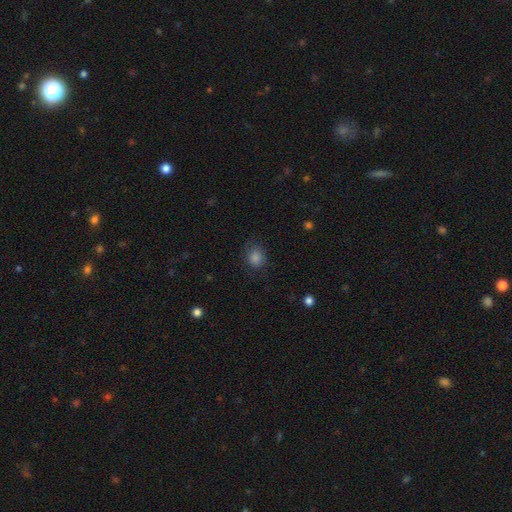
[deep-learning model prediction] Morphology: type=smooth (77%); roundness=round (75%); merging=none (74%).